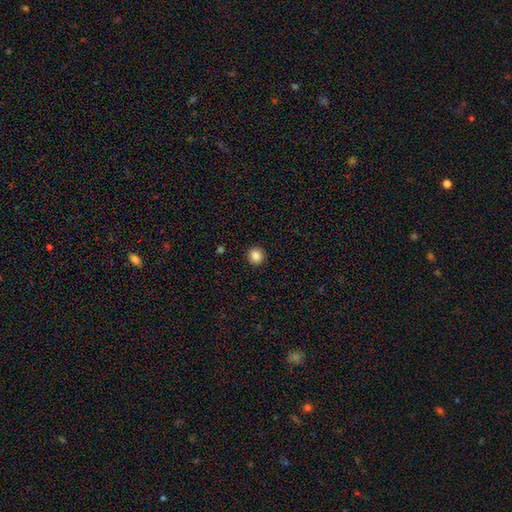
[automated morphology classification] This appears to be a smooth galaxy with no disk features (86%) that is round (91%). Merging: none (92%).